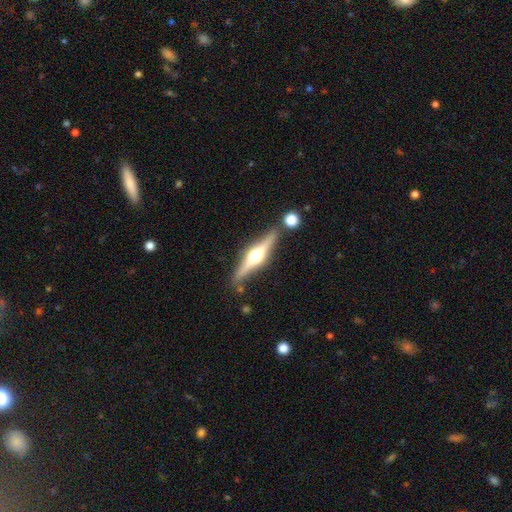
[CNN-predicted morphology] Overall: featured or disk (77%). Edge-on disk: yes (97%). Edge-on bulge: rounded (96%). Merging: none (82%).